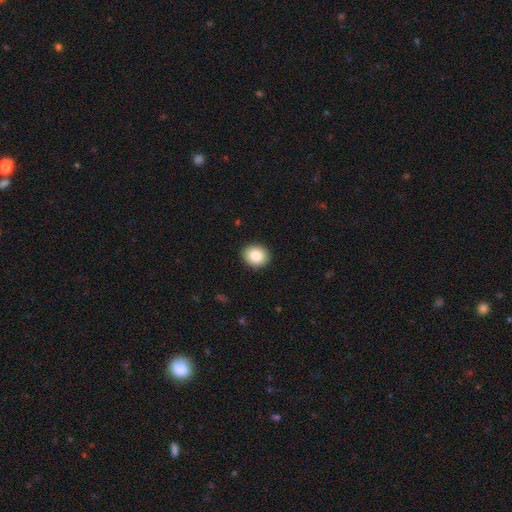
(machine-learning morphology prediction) Smooth or featured? Predicted: smooth (p=0.85). How rounded? Predicted: round (p=0.71). Merging? Predicted: none (p=0.91).